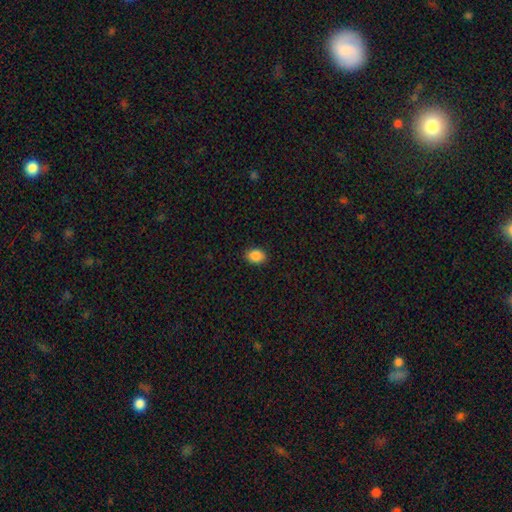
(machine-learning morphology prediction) smooth 88%, star or artifact 9%, featured or disk 3%. Down the decision tree: how rounded — in between (63%); merging — none (88%).